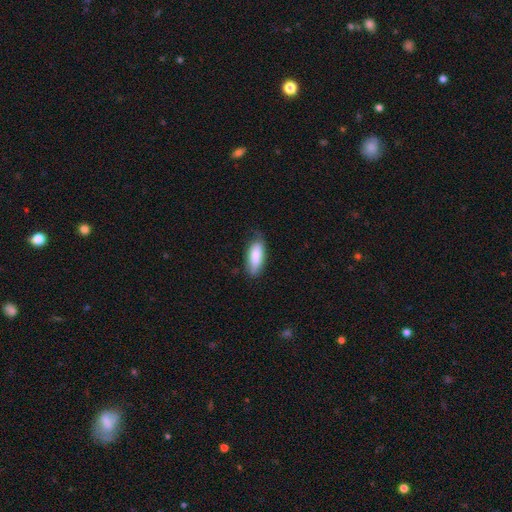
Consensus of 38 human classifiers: Smooth or featured: smooth — 97% (featured or disk — 3%)
How rounded: in between — 78% (cigar-shaped — 19%)
Merging: none — 58% (minor disturbance — 39%)